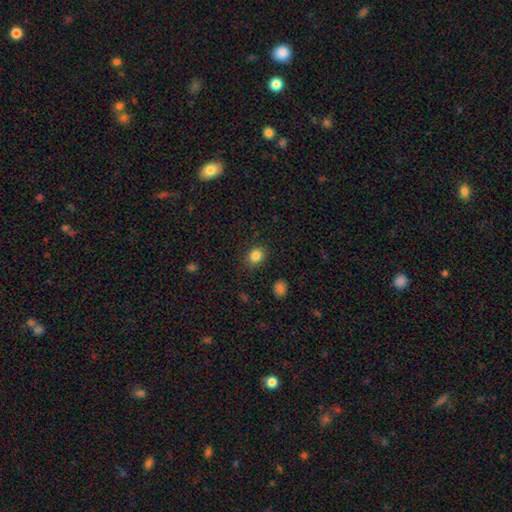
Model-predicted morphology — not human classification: Overall: smooth (84%). How rounded: round (58%; in between 41%). Merging: none (86%).